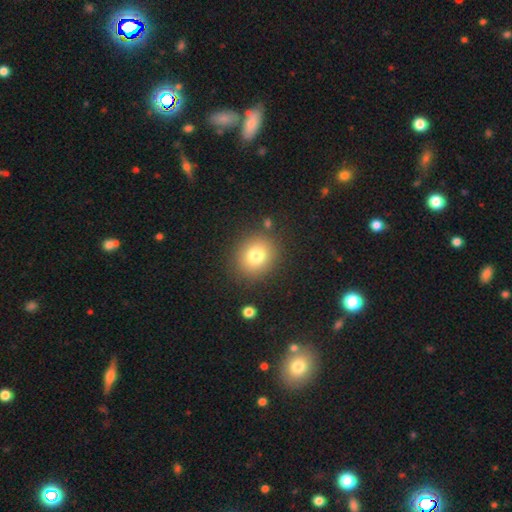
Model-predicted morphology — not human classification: Smooth or featured?
  - smooth: 79% *
  - star or artifact: 12%
  - featured or disk: 9%
How rounded?
  - round: 76% *
  - in between: 23%
  - cigar-shaped: 1%
Merging?
  - none: 85% *
  - minor disturbance: 8%
  - major disturbance: 3%
  - merger: 3%